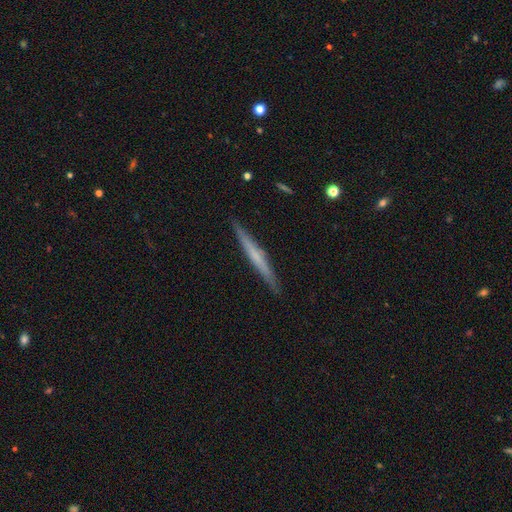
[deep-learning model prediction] Q: Smooth or featured?
A: featured or disk (53%); runner-up: smooth (41%)
Q: Edge-on disk?
A: yes (97%); runner-up: no (3%)
Q: Edge-on bulge?
A: none (71%); runner-up: rounded (22%)
Q: Merging?
A: none (91%); runner-up: minor disturbance (7%)